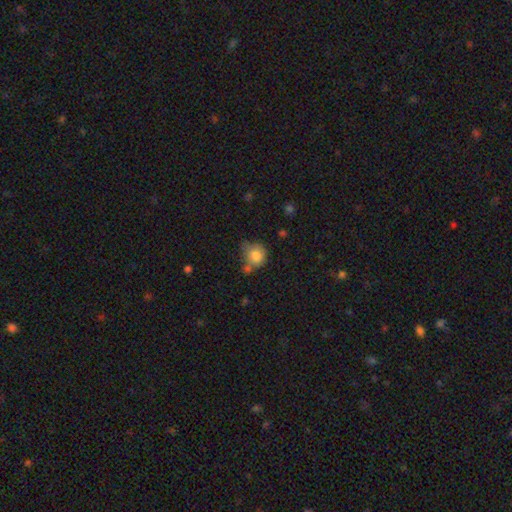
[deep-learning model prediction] A smooth galaxy with no disk features (80%) that is round (75%). Merging: none (44%).